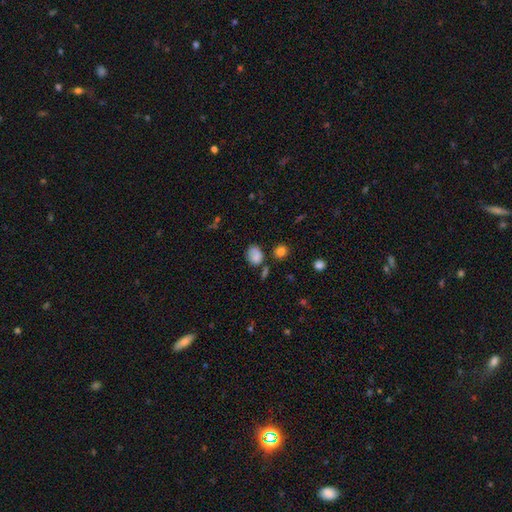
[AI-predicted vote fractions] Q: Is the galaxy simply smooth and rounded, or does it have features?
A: smooth — 77%.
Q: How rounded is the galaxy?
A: in between — 53%.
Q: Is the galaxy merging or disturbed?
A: none — 57%.